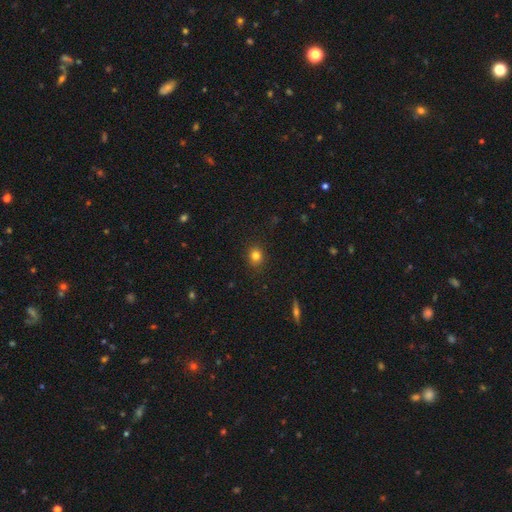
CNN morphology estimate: type=smooth (82%); roundness=round (77%); merging=none (90%).